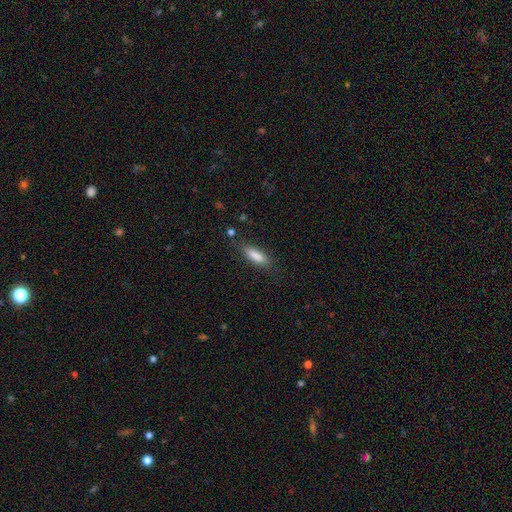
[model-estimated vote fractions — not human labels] A smooth galaxy with no disk features (82%) that is cigar-shaped (51%). Merging: none (79%).